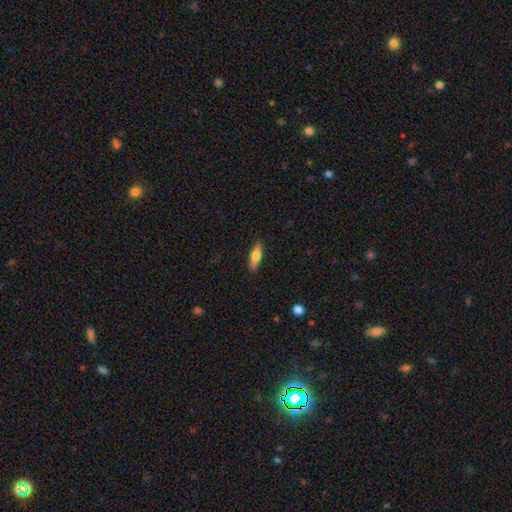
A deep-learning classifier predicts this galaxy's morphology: Overall: smooth (60%; featured or disk 34%). How rounded: cigar-shaped (63%; in between 35%). Merging: none (89%).